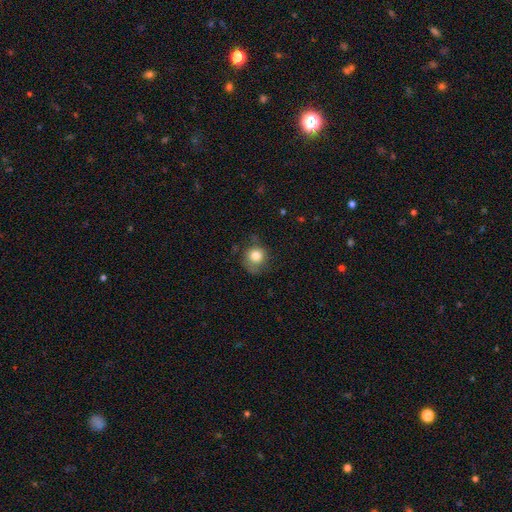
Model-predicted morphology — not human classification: type=smooth (80%); roundness=round (82%); merging=none (60%).